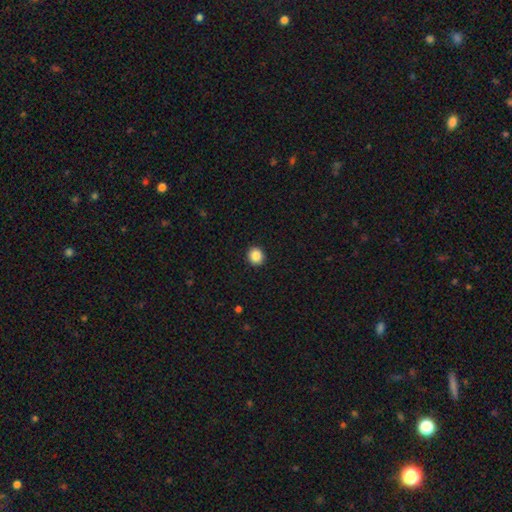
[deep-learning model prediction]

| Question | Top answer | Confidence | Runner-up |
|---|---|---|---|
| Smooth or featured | smooth | 87% | star or artifact (9%) |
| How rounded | round | 85% | in between (14%) |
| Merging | none | 92% | minor disturbance (5%) |